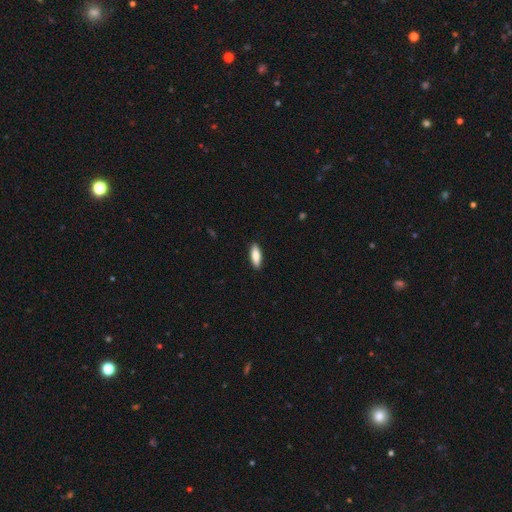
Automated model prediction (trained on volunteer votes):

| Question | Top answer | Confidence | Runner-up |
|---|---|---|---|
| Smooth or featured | smooth | 83% | featured or disk (11%) |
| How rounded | in between | 63% | cigar-shaped (35%) |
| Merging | none | 90% | minor disturbance (8%) |